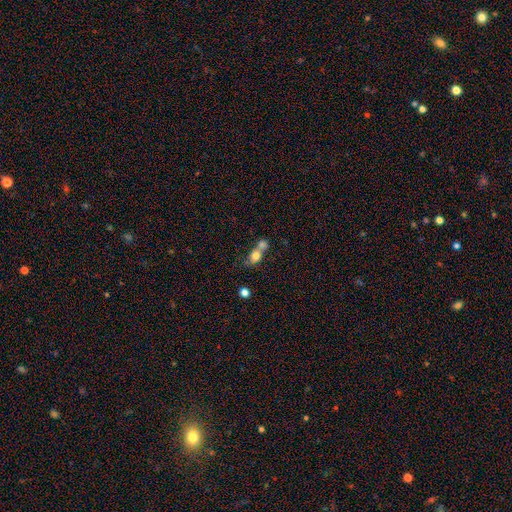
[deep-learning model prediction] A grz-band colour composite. It shows a smooth galaxy with no disk features (74%) that is round (52%). Merging: merger (66%).